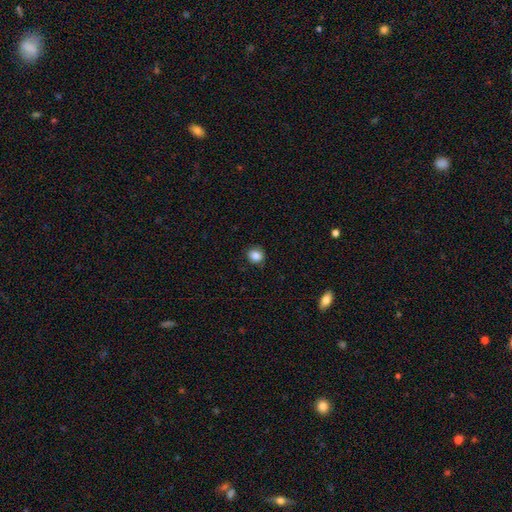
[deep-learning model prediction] Overall: smooth (85%). How rounded: round (85%). Merging: none (87%).